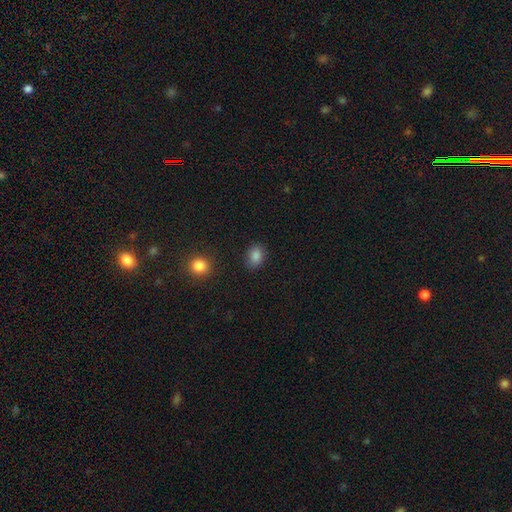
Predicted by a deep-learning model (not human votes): Overall: smooth (85%). How rounded: in between (62%; round 37%). Merging: none (82%).